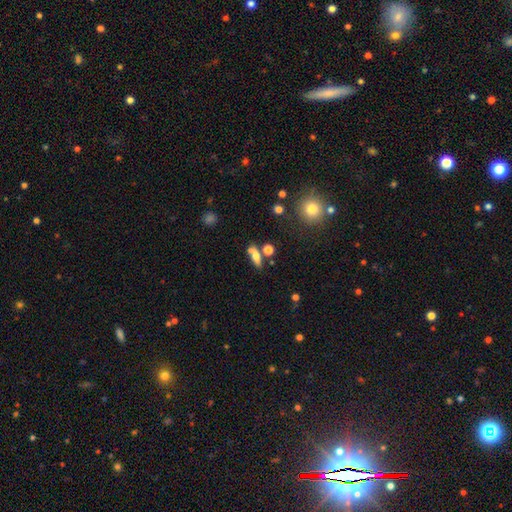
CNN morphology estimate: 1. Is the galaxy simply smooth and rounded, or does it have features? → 63% smooth, 25% featured or disk, 12% star or artifact.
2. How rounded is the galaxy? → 54% in between, 37% cigar-shaped, 9% round.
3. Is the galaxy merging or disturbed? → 56% none, 25% merger, 13% minor disturbance, 6% major disturbance.